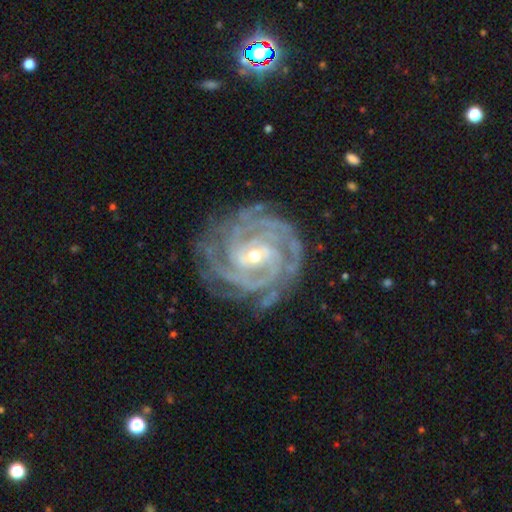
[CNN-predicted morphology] Overall: featured or disk (92%). Edge-on disk: no (97%). Bar: weak (44%; no 29%). Spiral arms: yes (98%). Spiral arm count: 4 (30%; 3 22%). Spiral winding: tight (81%). Bulge size: small (57%; moderate 41%). Merging: none (80%).